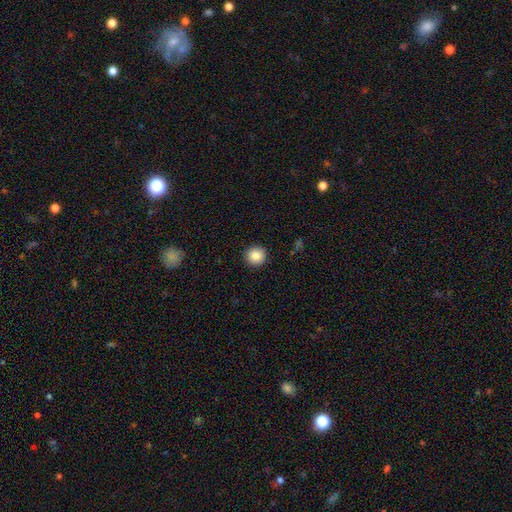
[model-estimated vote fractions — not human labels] This appears to be a smooth galaxy with no disk features (85%) that is round (95%). Merging: none (92%).